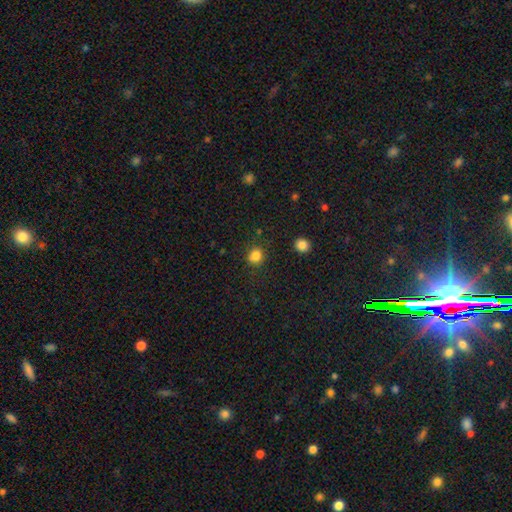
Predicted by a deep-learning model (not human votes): Smooth or featured: smooth — 84% (star or artifact — 12%)
How rounded: round — 75% (in between — 24%)
Merging: none — 85% (minor disturbance — 10%)